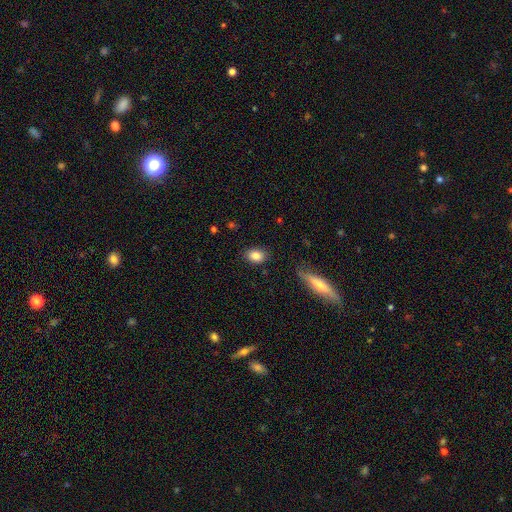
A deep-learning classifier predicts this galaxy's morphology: smooth-or-featured: smooth: 85% | star or artifact: 8% | featured or disk: 7%
  how-rounded: in between: 76% | round: 22% | cigar-shaped: 2%
  merging: none: 85% | minor disturbance: 11% | major disturbance: 3% | merger: 1%